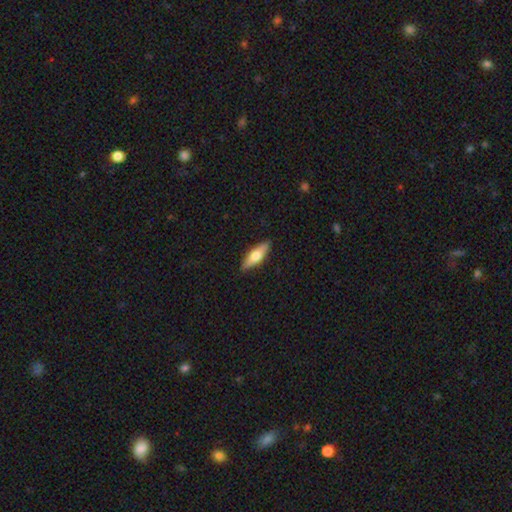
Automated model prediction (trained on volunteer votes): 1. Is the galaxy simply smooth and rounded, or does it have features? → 59% smooth, 36% featured or disk, 6% star or artifact.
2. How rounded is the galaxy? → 50% cigar-shaped, 48% in between, 2% round.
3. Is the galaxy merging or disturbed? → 89% none, 8% minor disturbance, 2% major disturbance, 1% merger.